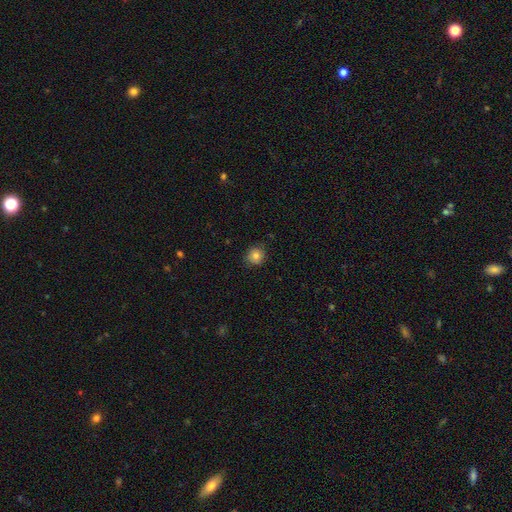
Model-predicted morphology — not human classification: The model was most divided on "merging": none: 83%, minor disturbance: 14%, major disturbance: 3%, merger: 1%. More confident: how rounded — round (86%); smooth or featured — smooth (81%).